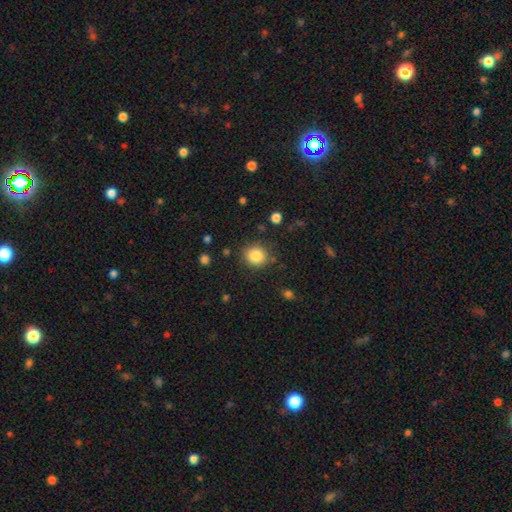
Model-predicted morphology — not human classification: The model was most divided on "how rounded": round: 86%, in between: 13%, cigar-shaped: 1%. More confident: merging — none (85%); smooth or featured — smooth (85%).